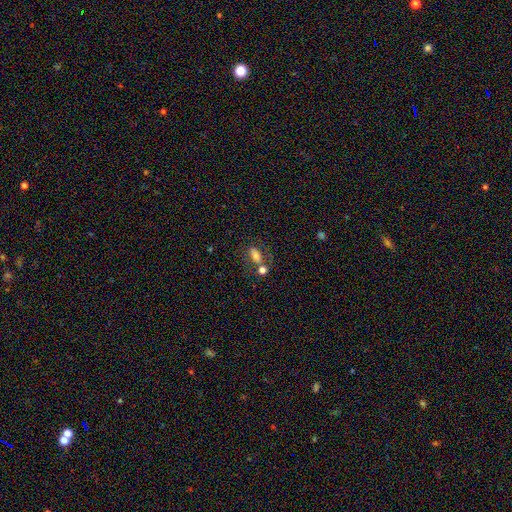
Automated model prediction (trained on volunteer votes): Smooth or featured? Predicted: smooth (p=0.66). How rounded? Predicted: in between (p=0.80). Merging? Predicted: none (p=0.41).